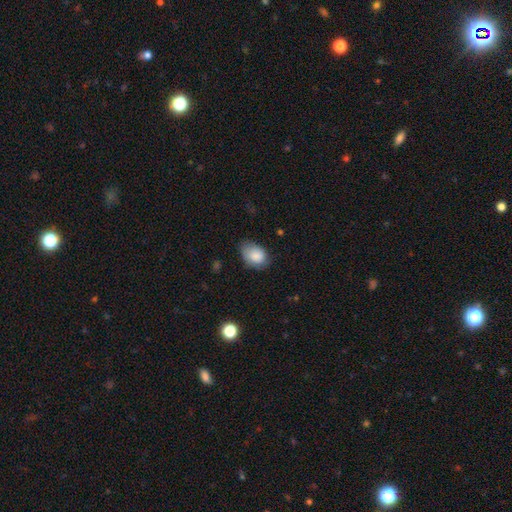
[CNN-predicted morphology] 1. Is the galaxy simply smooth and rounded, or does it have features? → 86% smooth, 7% featured or disk, 7% star or artifact.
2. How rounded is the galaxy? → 80% in between, 19% round, 1% cigar-shaped.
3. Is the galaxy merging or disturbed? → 57% none, 33% minor disturbance, 8% major disturbance, 2% merger.